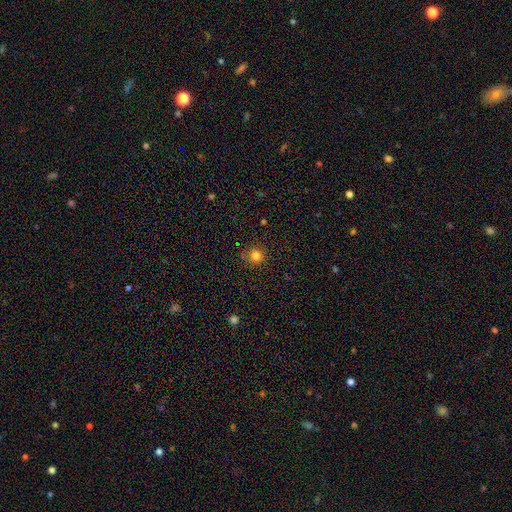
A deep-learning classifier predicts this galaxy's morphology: The model was most divided on "smooth or featured": smooth: 80%, star or artifact: 15%, featured or disk: 5%. More confident: how rounded — round (93%); merging — none (83%).